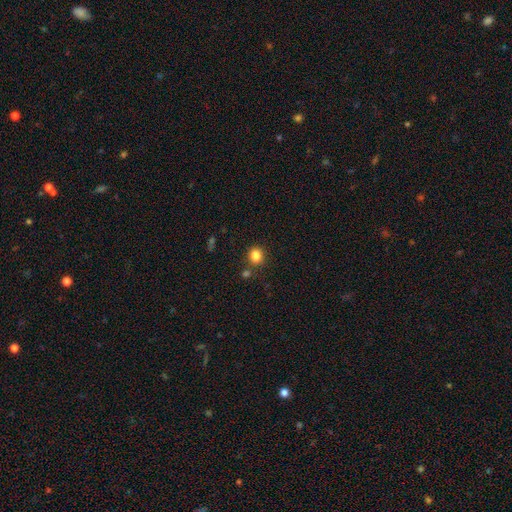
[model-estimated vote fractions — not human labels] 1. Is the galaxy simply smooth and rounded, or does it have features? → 84% smooth, 11% star or artifact, 4% featured or disk.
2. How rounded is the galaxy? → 80% round, 19% in between, 1% cigar-shaped.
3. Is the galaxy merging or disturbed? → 79% none, 9% minor disturbance, 8% merger, 3% major disturbance.